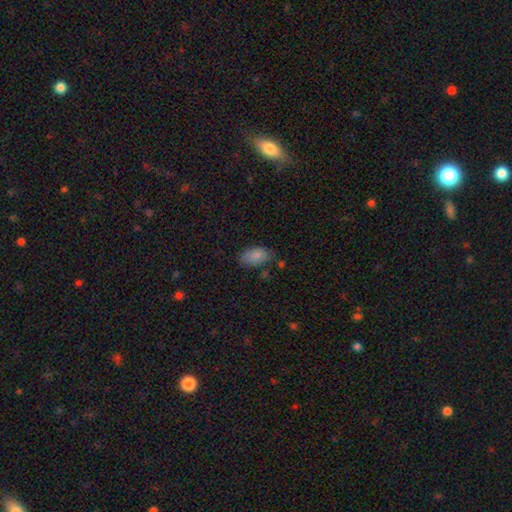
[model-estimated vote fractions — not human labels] This is clearly a smooth galaxy (86%). How rounded: clearly in between (93%). Merging: likely none (68%).